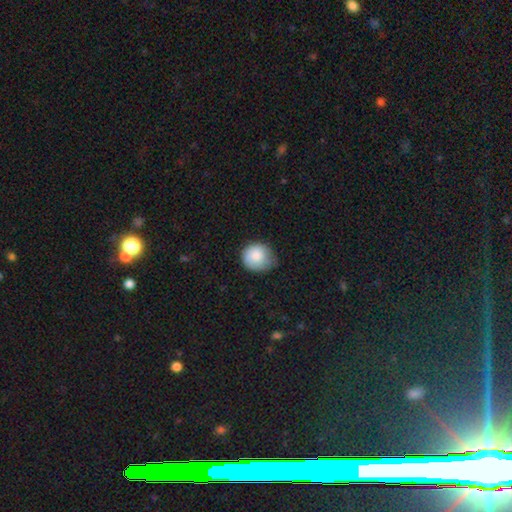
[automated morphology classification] Smooth or featured? smooth (85%)
How rounded? round (82%)
Merging? none (53%)